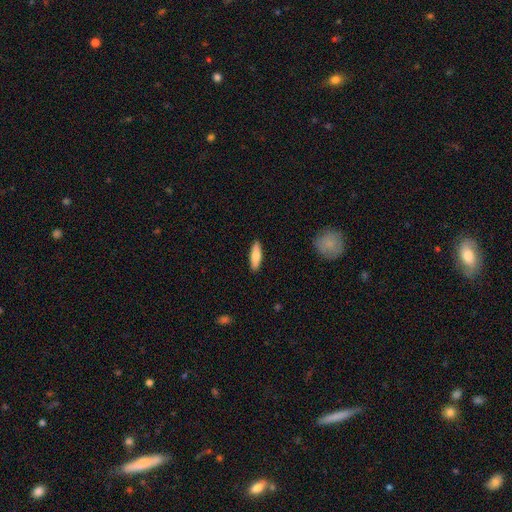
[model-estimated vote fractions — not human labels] A smooth galaxy with no disk features (74%) that is cigar-shaped (56%). Merging: none (90%).